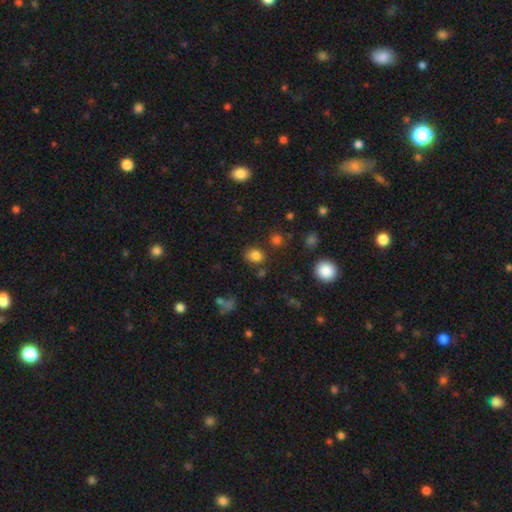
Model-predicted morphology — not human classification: A smooth galaxy with no disk features (81%) that is round (51%).

Vote fractions:
- Smooth or featured? smooth: 81% / star or artifact: 13% / featured or disk: 6%
- How rounded? round: 51% / in between: 48% / cigar-shaped: 1%
- Merging? none: 75% / minor disturbance: 15% / merger: 6% / major disturbance: 4%